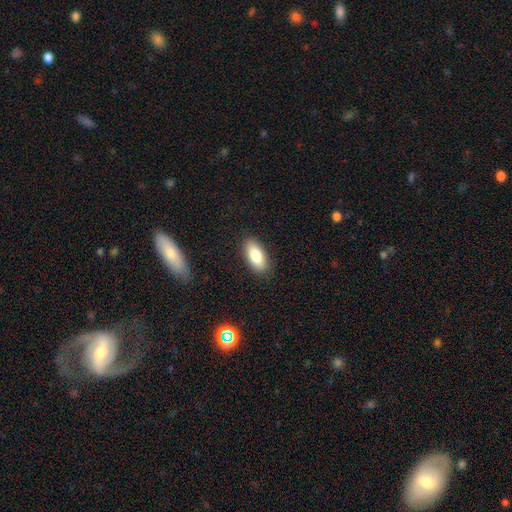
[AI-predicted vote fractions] smooth-or-featured: smooth: 82% | featured or disk: 11% | star or artifact: 7%
  how-rounded: in between: 87% | cigar-shaped: 10% | round: 3%
  merging: none: 87% | minor disturbance: 9% | major disturbance: 2% | merger: 1%